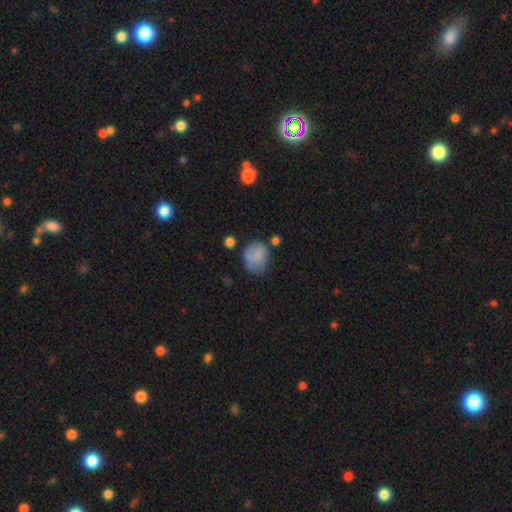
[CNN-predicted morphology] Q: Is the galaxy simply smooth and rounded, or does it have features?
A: smooth — 75%.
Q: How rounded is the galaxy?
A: round — 57%.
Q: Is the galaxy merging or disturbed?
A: none — 49%.